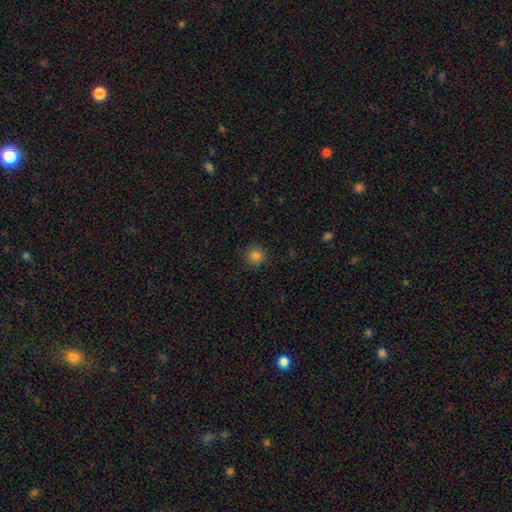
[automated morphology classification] A smooth galaxy with no disk features (83%) that is round (92%).

Vote fractions:
- Smooth or featured? smooth: 83% / star or artifact: 13% / featured or disk: 4%
- How rounded? round: 92% / in between: 7% / cigar-shaped: 1%
- Merging? none: 87% / minor disturbance: 9% / major disturbance: 3% / merger: 1%